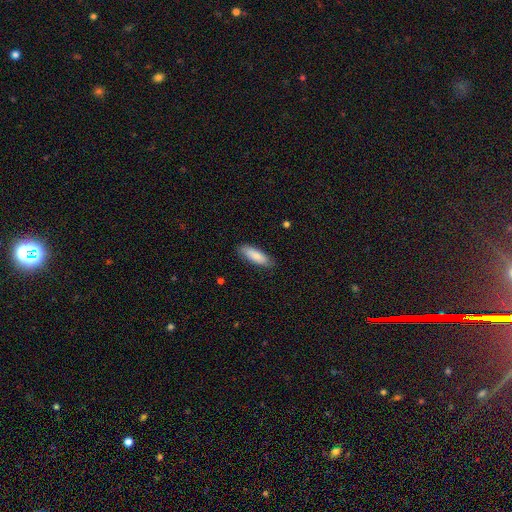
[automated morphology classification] Smooth or featured?
  - smooth: 85% *
  - featured or disk: 10%
  - star or artifact: 6%
How rounded?
  - in between: 57% *
  - cigar-shaped: 41%
  - round: 2%
Merging?
  - none: 85% *
  - minor disturbance: 12%
  - major disturbance: 2%
  - merger: 1%